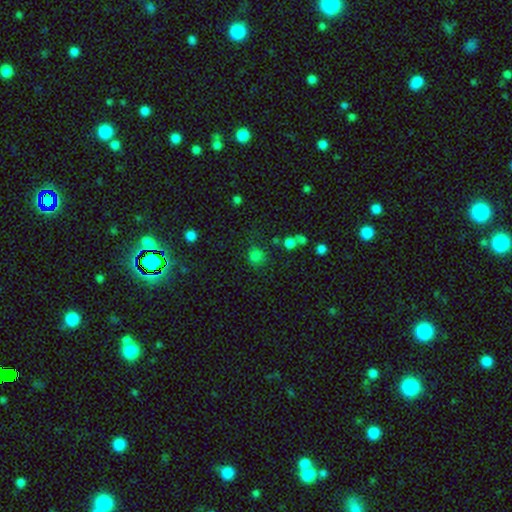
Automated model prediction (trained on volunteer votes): Smooth or featured? Predicted: smooth (p=0.79). How rounded? Predicted: round (p=0.87). Merging? Predicted: none (p=0.74).